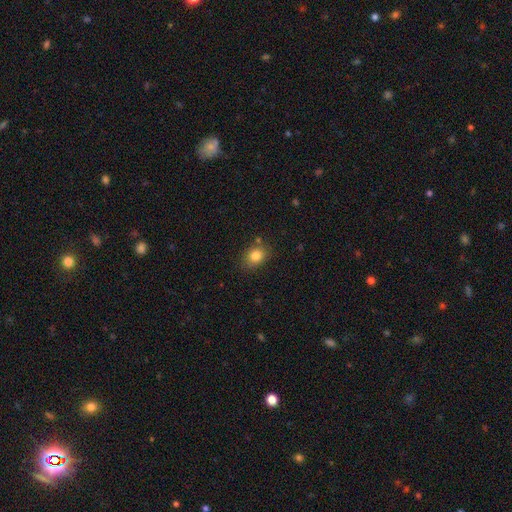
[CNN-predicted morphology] smooth 82%, star or artifact 11%, featured or disk 7%. Down the decision tree: how rounded — in between (52%); merging — none (79%).